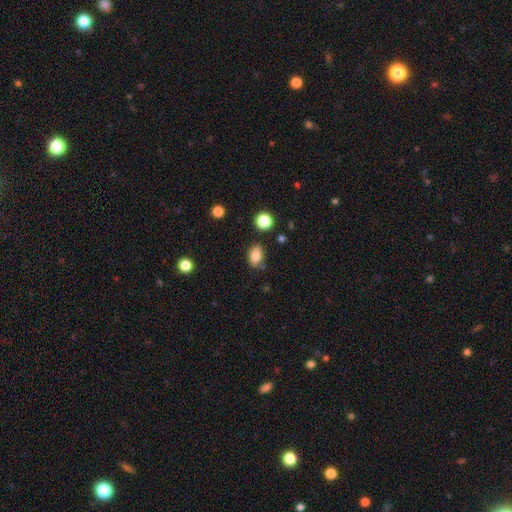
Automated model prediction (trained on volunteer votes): Morphology: type=smooth (82%); roundness=in between (80%); merging=none (79%).